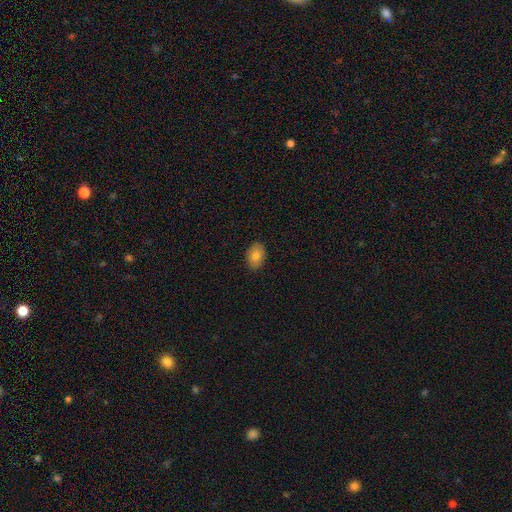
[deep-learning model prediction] The model was most divided on "how rounded": in between: 82%, round: 17%, cigar-shaped: 1%. More confident: merging — none (89%); smooth or featured — smooth (81%).